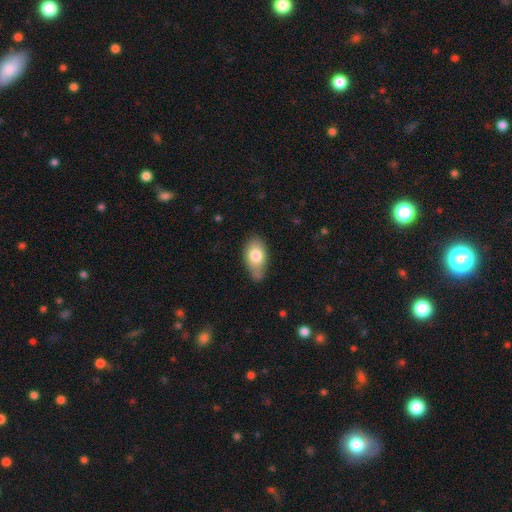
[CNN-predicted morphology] Smooth or featured? Predicted: smooth (p=0.76). How rounded? Predicted: in between (p=0.90). Merging? Predicted: none (p=0.58).